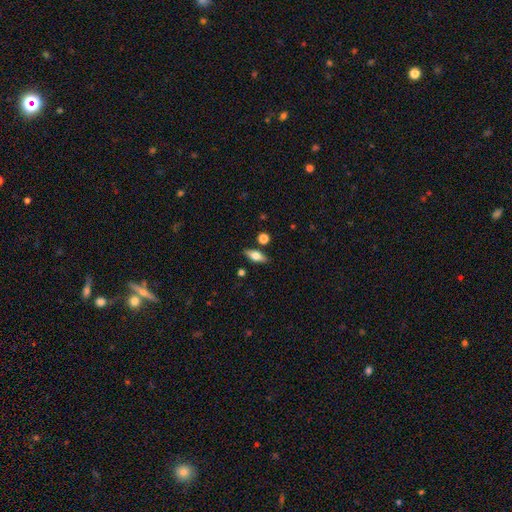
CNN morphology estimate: This is possibly a smooth galaxy (58%). How rounded: likely in between (70%). Merging: clearly none (84%).